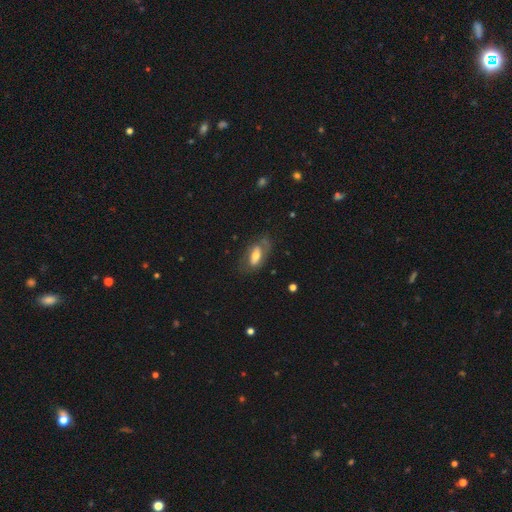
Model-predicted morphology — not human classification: A smooth galaxy with no disk features (49%). Merging: none (59%).